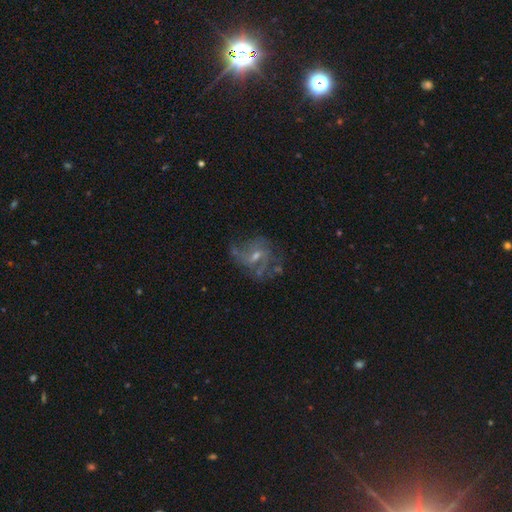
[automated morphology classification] Smooth or featured? Predicted: featured or disk (p=0.73). Edge-on disk? Predicted: no (p=0.97). Bar? Predicted: weak (p=0.48). Spiral arms? Predicted: yes (p=0.82). Spiral winding? Predicted: medium (p=0.44). Spiral arm count? Predicted: 2 (p=0.34). Bulge size? Predicted: small (p=0.58). Merging? Predicted: none (p=0.57).